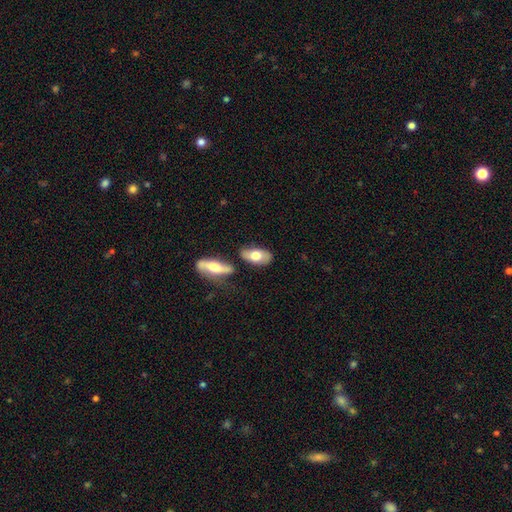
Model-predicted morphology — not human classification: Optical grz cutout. It shows a smooth galaxy with no disk features (67%) that is in between round and cigar-shaped (90%). Merging: none (67%).